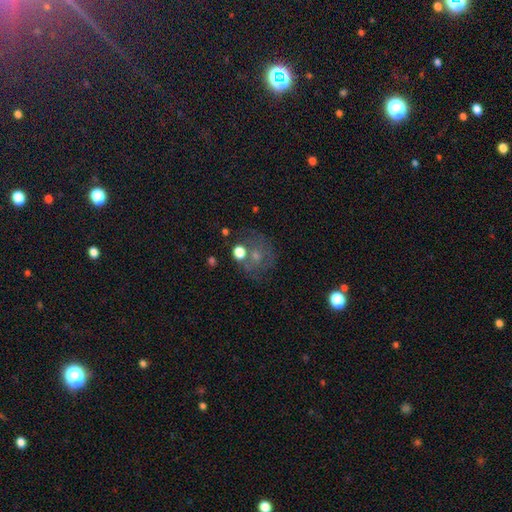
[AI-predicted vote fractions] smooth_or_featured: featured or disk (p=0.38) [alt: smooth p=0.37]
merging: none (p=0.58) [alt: minor disturbance p=0.17]